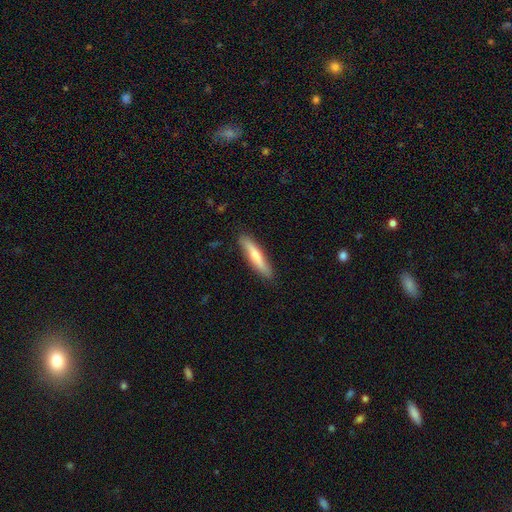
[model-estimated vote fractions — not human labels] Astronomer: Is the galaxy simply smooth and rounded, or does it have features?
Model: smooth — 68%.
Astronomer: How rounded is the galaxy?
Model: cigar-shaped — 87%.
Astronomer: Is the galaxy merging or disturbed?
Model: none — 85%.